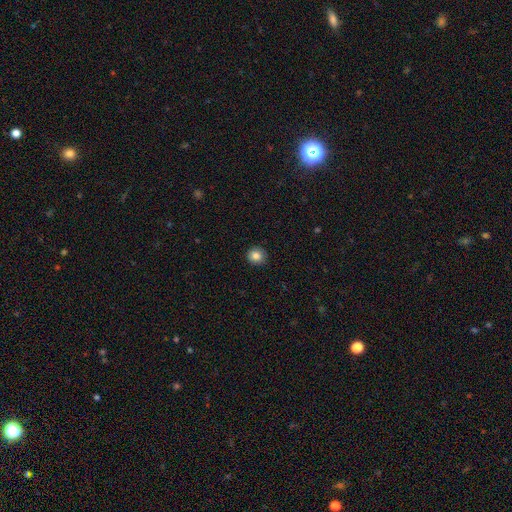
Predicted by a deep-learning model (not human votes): Smooth or featured?
  - smooth: 85% *
  - star or artifact: 10%
  - featured or disk: 5%
How rounded?
  - round: 91% *
  - in between: 8%
  - cigar-shaped: 1%
Merging?
  - none: 91% *
  - minor disturbance: 6%
  - major disturbance: 2%
  - merger: 1%